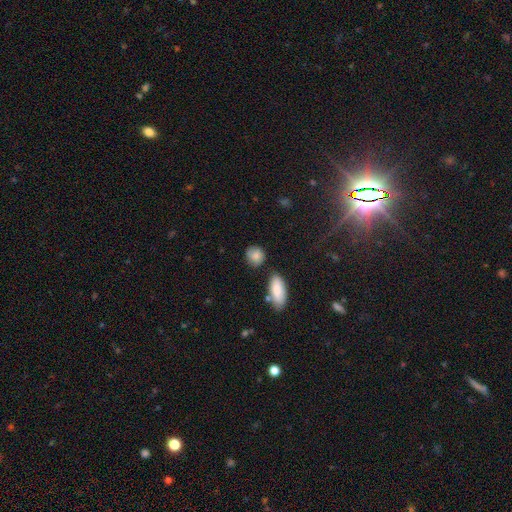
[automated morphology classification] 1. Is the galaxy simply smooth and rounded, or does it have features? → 83% smooth, 10% featured or disk, 8% star or artifact.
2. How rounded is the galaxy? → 73% round, 25% in between, 2% cigar-shaped.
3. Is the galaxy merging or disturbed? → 74% none, 16% minor disturbance, 6% merger, 4% major disturbance.